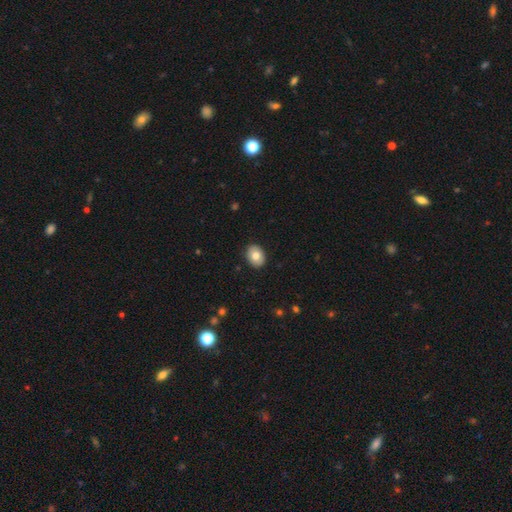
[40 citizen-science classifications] Morphology: type=smooth (80%); roundness=in between (59%); merging=none (97%).